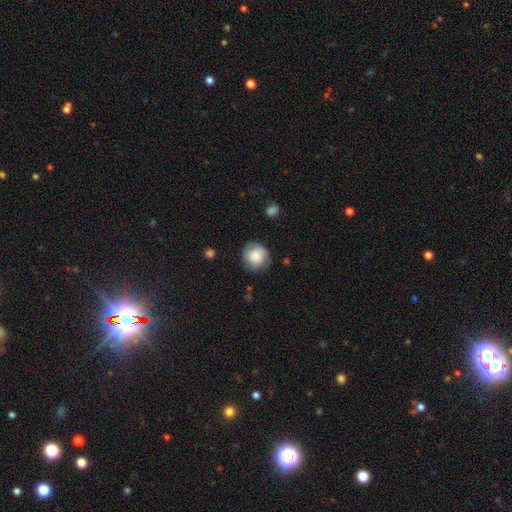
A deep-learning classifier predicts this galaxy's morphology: Overall: smooth (77%). How rounded: round (89%). Merging: none (78%).